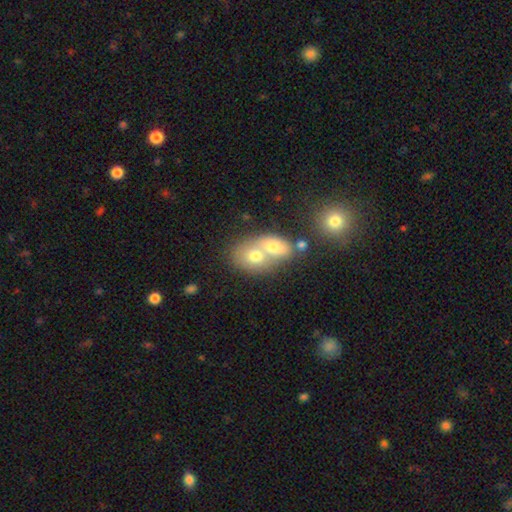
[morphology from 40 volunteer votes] This appears to be a smooth galaxy with no disk features (72%) that is in between round and cigar-shaped (69%). Merging: merger (74%).